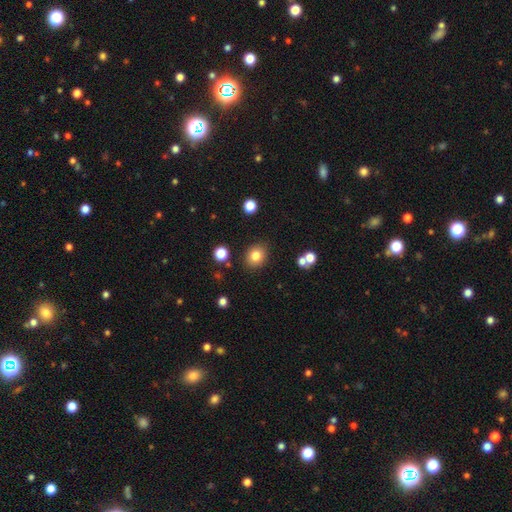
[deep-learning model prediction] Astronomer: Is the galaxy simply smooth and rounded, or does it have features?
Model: smooth — 82%.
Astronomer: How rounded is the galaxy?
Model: round — 64%.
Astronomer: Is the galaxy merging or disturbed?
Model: none — 86%.